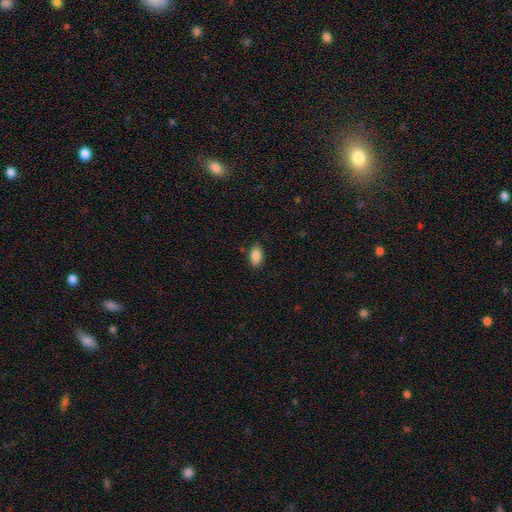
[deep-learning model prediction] Morphology: type=smooth (88%); roundness=in between (92%); merging=none (87%).